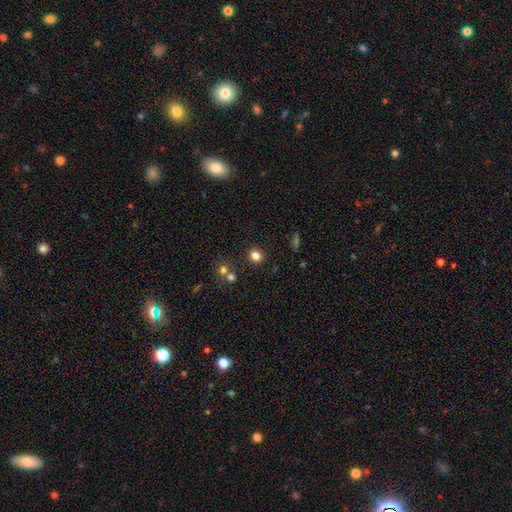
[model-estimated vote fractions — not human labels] smooth 81%, star or artifact 14%, featured or disk 6%. Down the decision tree: how rounded — round (83%); merging — none (85%).